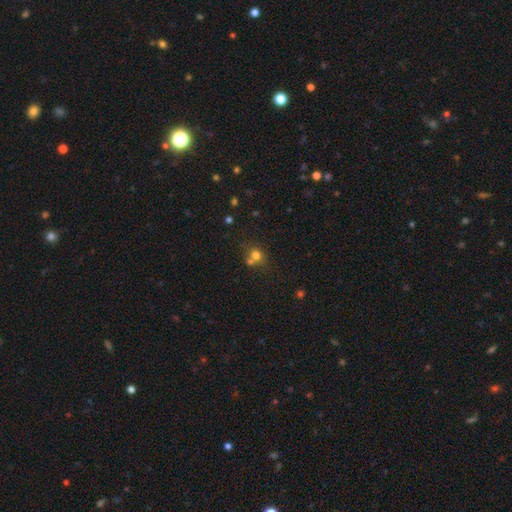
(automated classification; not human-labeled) smooth 71%, star or artifact 16%, featured or disk 13%. Down the decision tree: how rounded — round (77%); merging — none (44%).